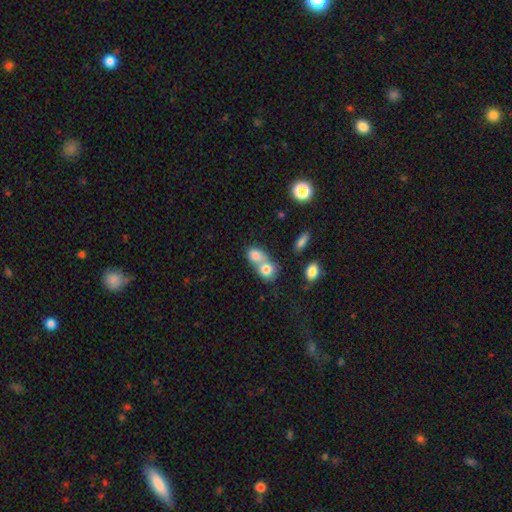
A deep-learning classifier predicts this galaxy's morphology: This is likely a smooth galaxy (78%). How rounded: possibly round (50%). Merging: likely merger (68%).